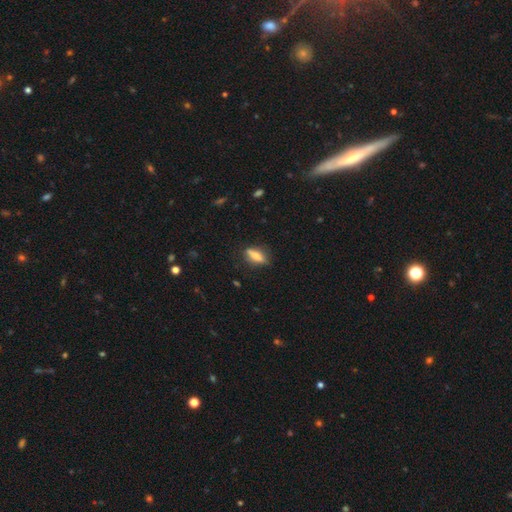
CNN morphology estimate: type=smooth (57%); roundness=in between (57%); merging=none (79%).